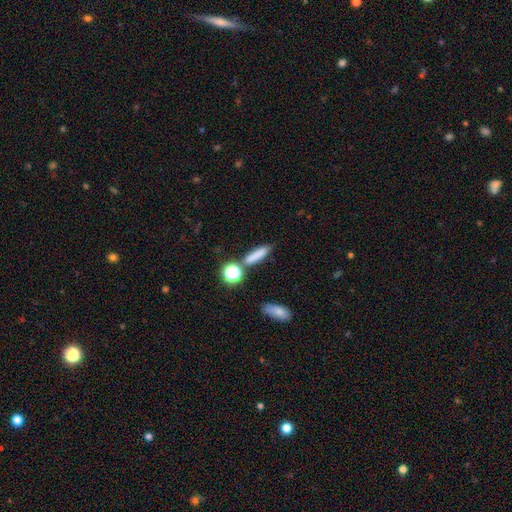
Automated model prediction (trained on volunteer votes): A smooth galaxy with no disk features (77%) that is cigar-shaped (69%).

Vote fractions:
- Smooth or featured? smooth: 77% / star or artifact: 12% / featured or disk: 11%
- How rounded? cigar-shaped: 69% / in between: 22% / round: 9%
- Merging? none: 72% / merger: 12% / minor disturbance: 12% / major disturbance: 5%